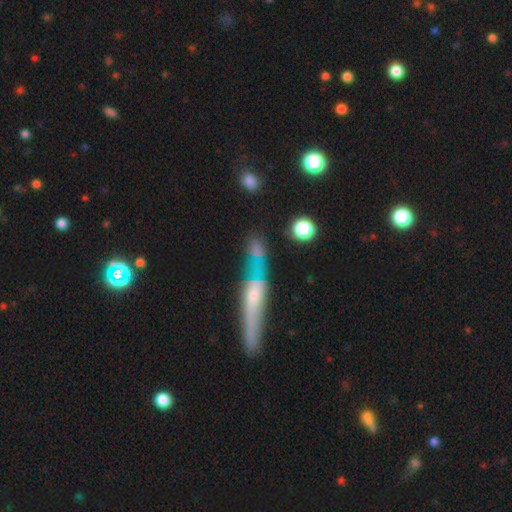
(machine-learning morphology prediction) This is possibly a smooth galaxy (51%). How rounded: marginally cigar-shaped (42%). Merging: possibly none (50%).